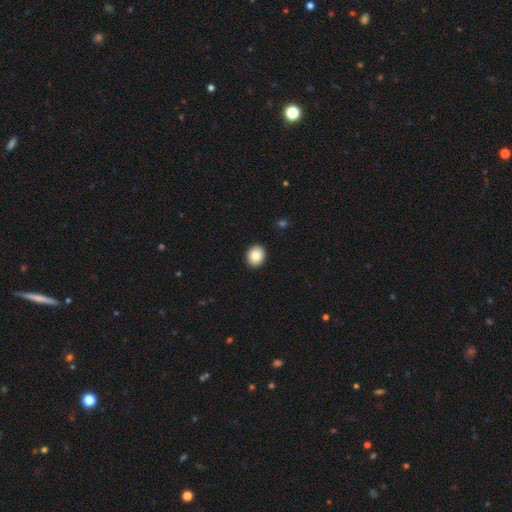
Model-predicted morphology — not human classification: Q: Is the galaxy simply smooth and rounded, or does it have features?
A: smooth — 87%.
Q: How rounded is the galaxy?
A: round — 67%.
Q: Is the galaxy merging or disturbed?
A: none — 92%.